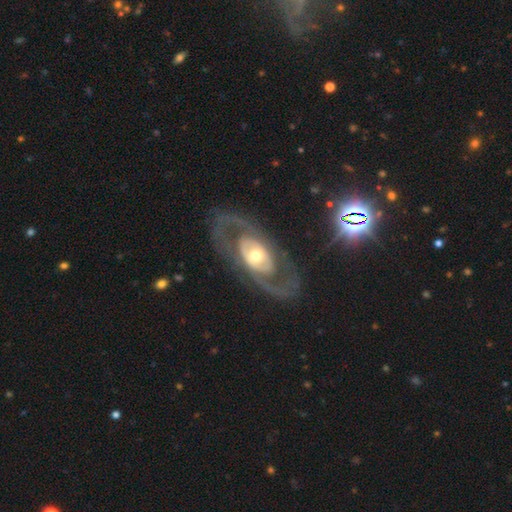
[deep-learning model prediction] The model was most divided on "spiral arms": yes: 60%, no: 40%. More confident: edge-on disk — no (92%); smooth or featured — featured or disk (81%); merging — none (77%); bar — no (74%); bulge size — moderate (64%).